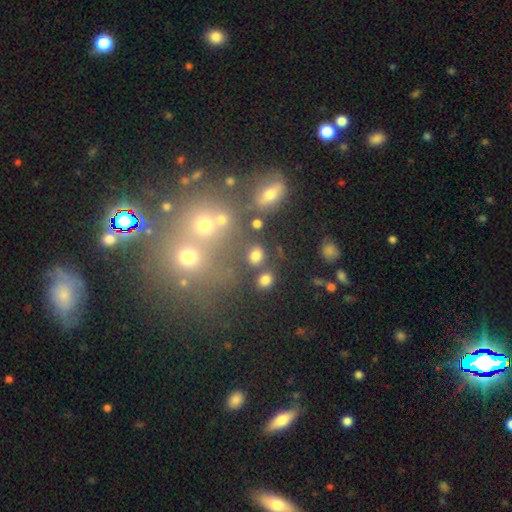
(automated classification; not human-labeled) This is likely a smooth galaxy (76%). How rounded: possibly round (52%). Merging: likely none (73%).